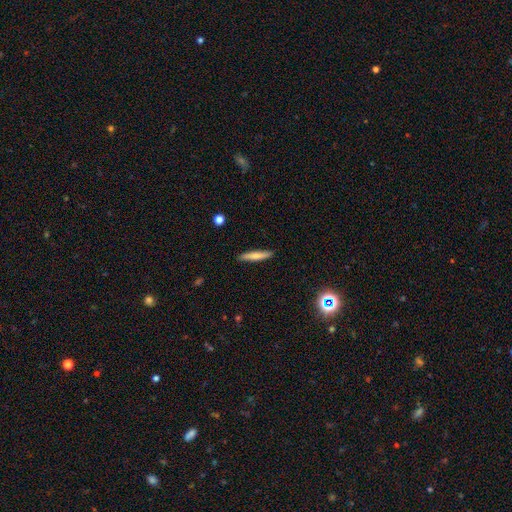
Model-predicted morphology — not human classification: smooth 68%, featured or disk 25%, star or artifact 6%. Down the decision tree: how rounded — cigar-shaped (92%); merging — none (89%).